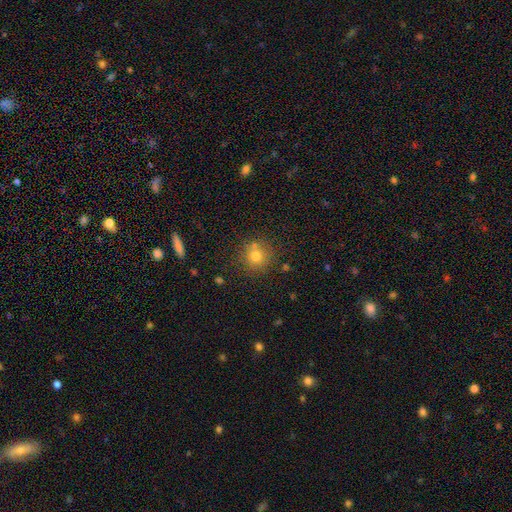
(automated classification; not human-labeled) A smooth galaxy with no disk features (74%) that is round (92%).

Vote fractions:
- Smooth or featured? smooth: 74% / star or artifact: 16% / featured or disk: 9%
- How rounded? round: 92% / in between: 7% / cigar-shaped: 1%
- Merging? none: 78% / merger: 10% / minor disturbance: 9% / major disturbance: 3%